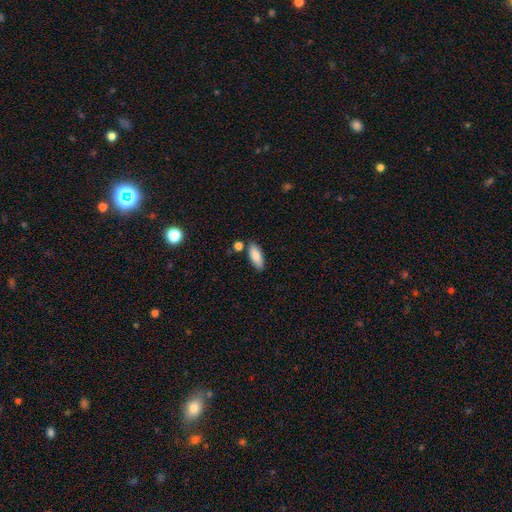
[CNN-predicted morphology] A smooth galaxy with no disk features (85%) that is in between round and cigar-shaped (79%). Merging: none (78%).